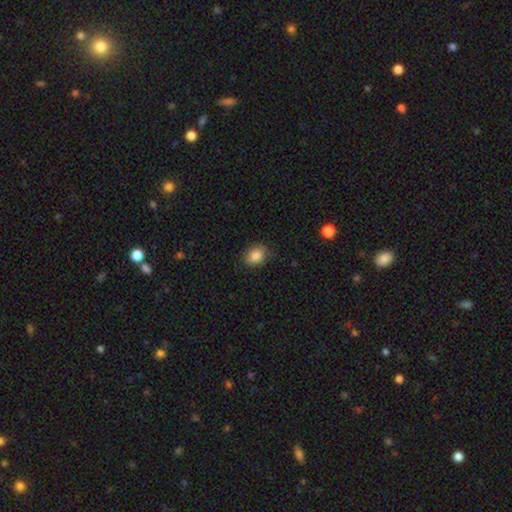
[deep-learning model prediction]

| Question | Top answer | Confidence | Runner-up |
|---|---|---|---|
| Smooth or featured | smooth | 86% | star or artifact (8%) |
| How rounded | in between | 72% | round (27%) |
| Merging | none | 83% | minor disturbance (13%) |